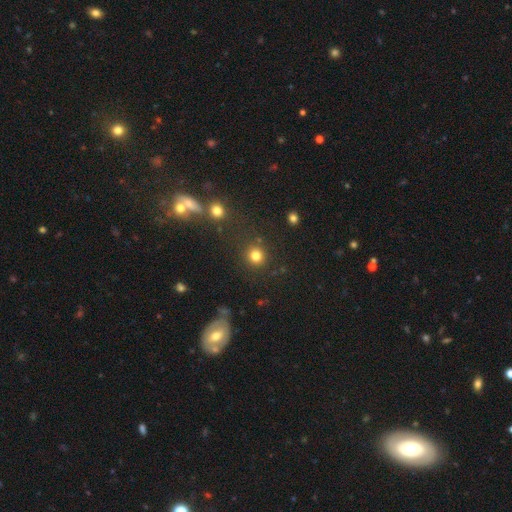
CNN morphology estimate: type=smooth (81%); roundness=round (91%); merging=none (86%).